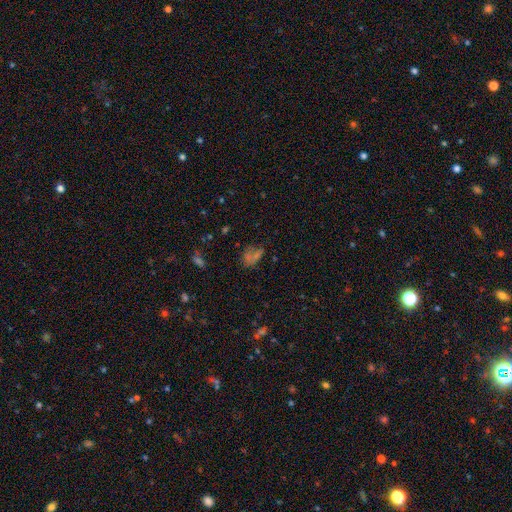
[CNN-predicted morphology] smooth_or_featured: smooth (p=0.46) [alt: star or artifact p=0.36]
merging: none (p=0.48) [alt: major disturbance p=0.22]